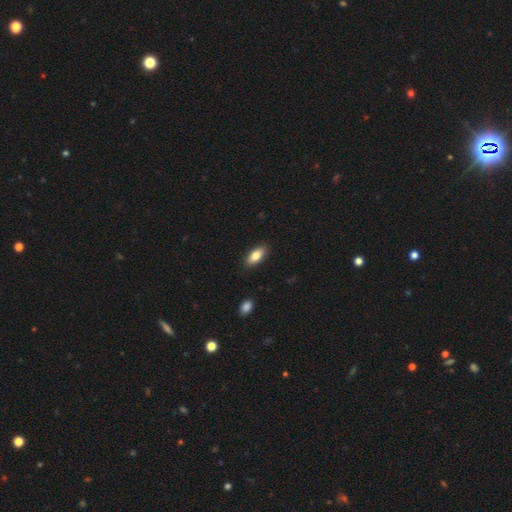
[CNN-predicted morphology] smooth 82%, featured or disk 11%, star or artifact 7%. Down the decision tree: how rounded — in between (86%); merging — none (88%).